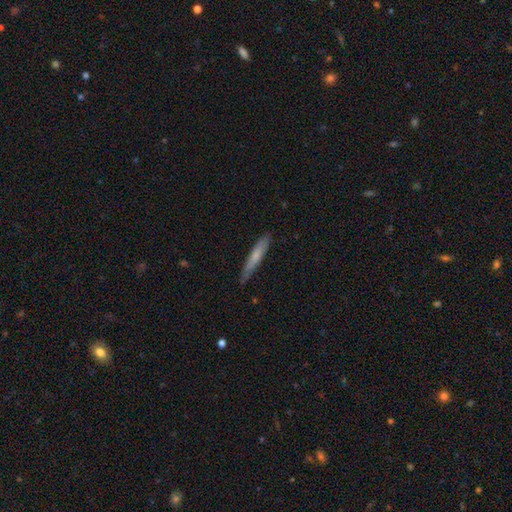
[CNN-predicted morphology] smooth_or_featured: smooth (p=0.62) [alt: featured or disk p=0.32]
how_rounded: cigar-shaped (p=0.94) [alt: in between p=0.05]
merging: none (p=0.81) [alt: minor disturbance p=0.15]